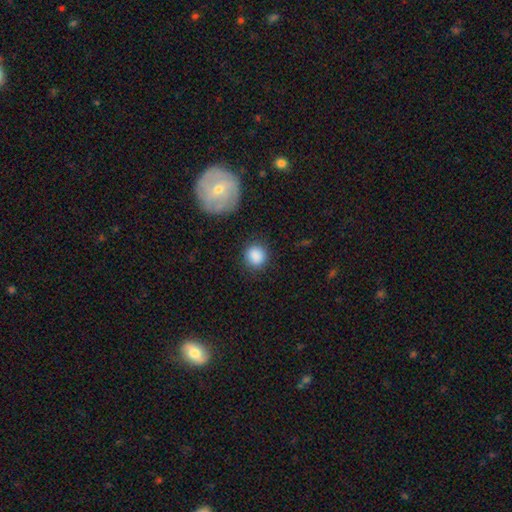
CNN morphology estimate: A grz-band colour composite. It shows a smooth galaxy with no disk features (87%) that is round (85%). Merging: none (84%).